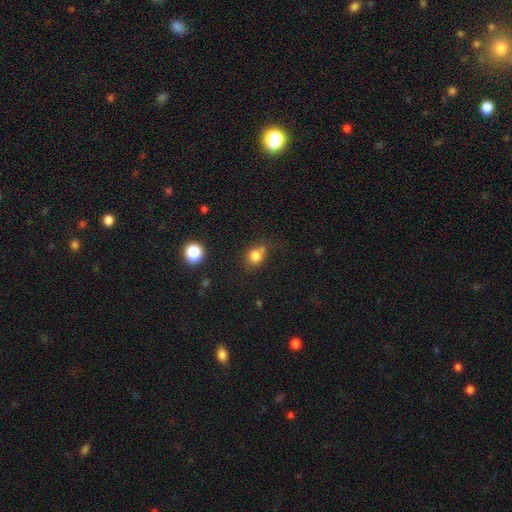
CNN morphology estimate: Smooth or featured: smooth — 79% (star or artifact — 13%)
How rounded: round — 72% (in between — 27%)
Merging: none — 57% (minor disturbance — 22%)